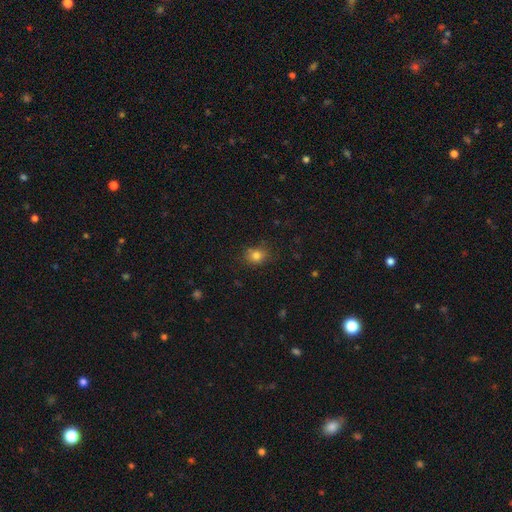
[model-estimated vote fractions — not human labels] This is clearly a smooth galaxy (80%). How rounded: likely round (63%). Merging: likely none (80%).